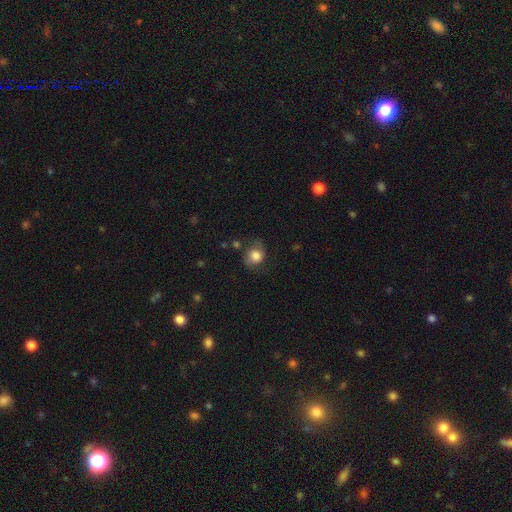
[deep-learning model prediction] Smooth or featured: smooth — 68% (featured or disk — 24%)
How rounded: round — 63% (in between — 35%)
Merging: none — 63% (minor disturbance — 23%)